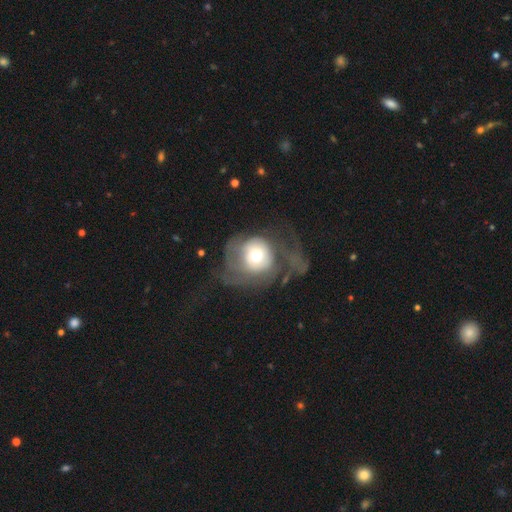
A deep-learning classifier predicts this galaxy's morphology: smooth-or-featured: smooth: 48% | featured or disk: 44% | star or artifact: 9%
  merging: major disturbance: 57% | none: 22% | minor disturbance: 16% | merger: 5%